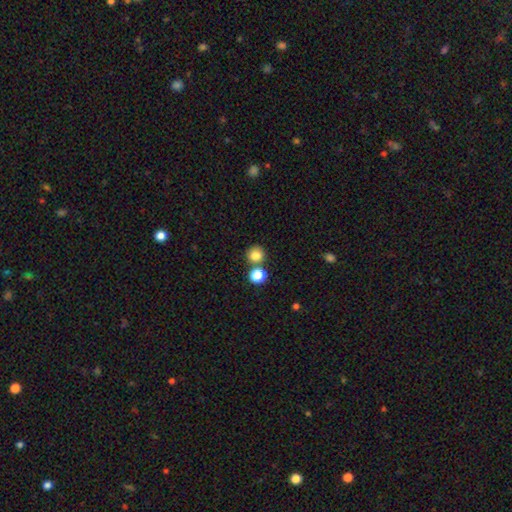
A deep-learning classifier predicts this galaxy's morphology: smooth_or_featured: smooth (p=0.82) [alt: star or artifact p=0.13]
how_rounded: round (p=0.90) [alt: in between p=0.09]
merging: none (p=0.72) [alt: merger p=0.18]